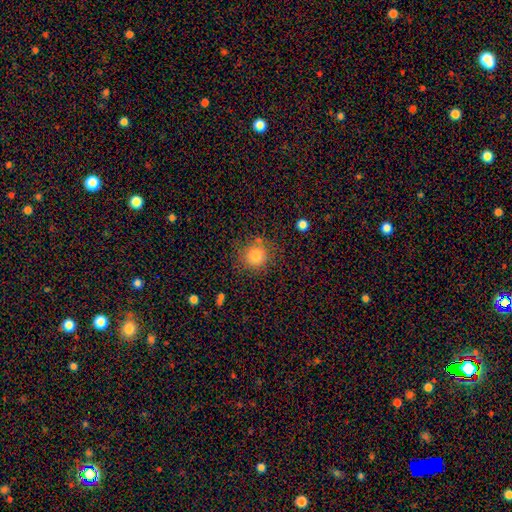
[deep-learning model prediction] A smooth galaxy with no disk features (81%) that is round (90%). Merging: none (78%).